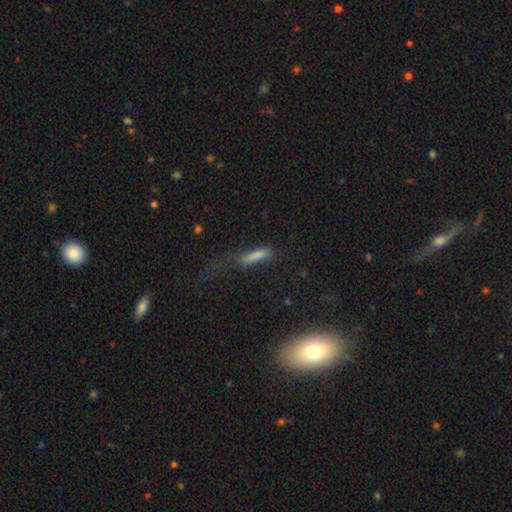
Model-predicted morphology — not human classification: smooth 77%, featured or disk 12%, star or artifact 11%. Down the decision tree: how rounded — cigar-shaped (78%); merging — none (47%).